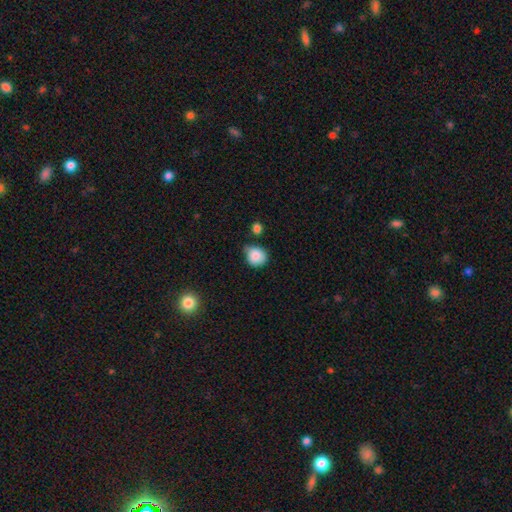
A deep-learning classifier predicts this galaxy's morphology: A smooth galaxy with no disk features (85%) that is round (81%). Merging: none (56%).